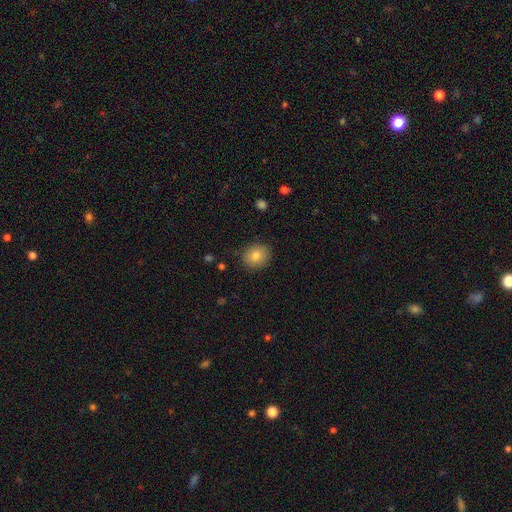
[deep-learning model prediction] Smooth or featured?
  - smooth: 81% *
  - star or artifact: 10%
  - featured or disk: 9%
How rounded?
  - round: 70% *
  - in between: 29%
  - cigar-shaped: 1%
Merging?
  - none: 87% *
  - minor disturbance: 10%
  - major disturbance: 2%
  - merger: 1%